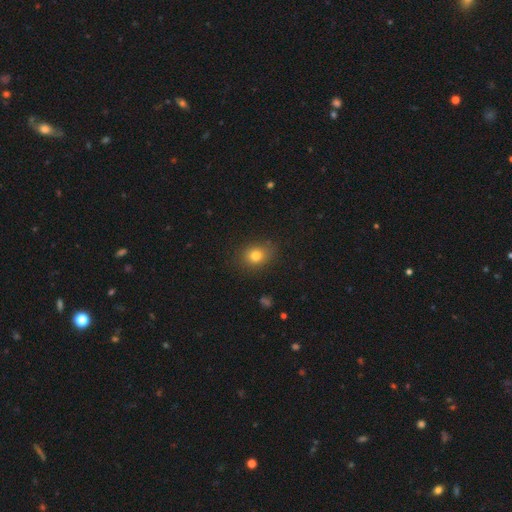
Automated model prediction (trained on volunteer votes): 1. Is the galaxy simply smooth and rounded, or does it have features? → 78% smooth, 13% star or artifact, 9% featured or disk.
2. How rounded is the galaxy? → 52% round, 47% in between, 1% cigar-shaped.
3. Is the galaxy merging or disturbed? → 83% none, 12% minor disturbance, 3% major disturbance, 1% merger.